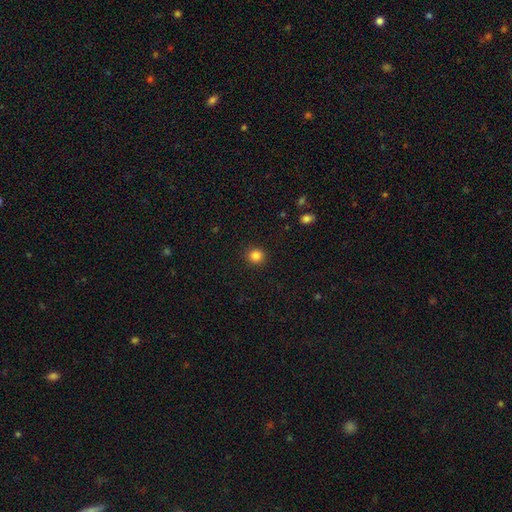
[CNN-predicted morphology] Smooth or featured? smooth (84%)
How rounded? round (93%)
Merging? none (92%)